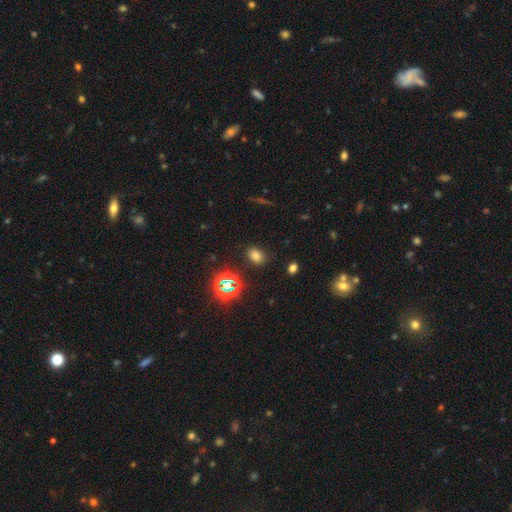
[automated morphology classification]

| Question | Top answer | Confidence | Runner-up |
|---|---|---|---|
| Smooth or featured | smooth | 70% | star or artifact (23%) |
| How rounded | in between | 74% | round (25%) |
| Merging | none | 85% | minor disturbance (10%) |